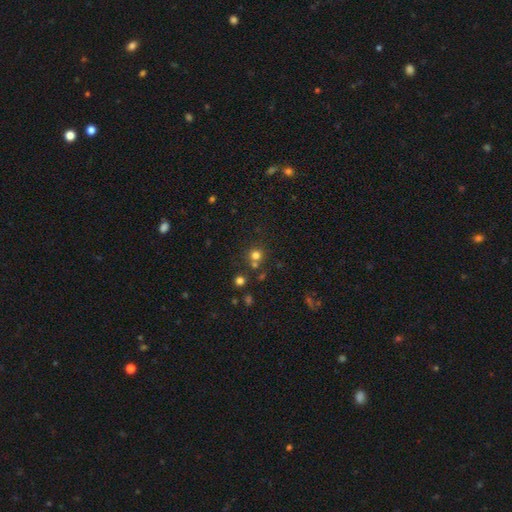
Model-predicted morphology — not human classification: This appears to be a smooth galaxy with no disk features (72%) that is round (92%). Merging: none (68%).